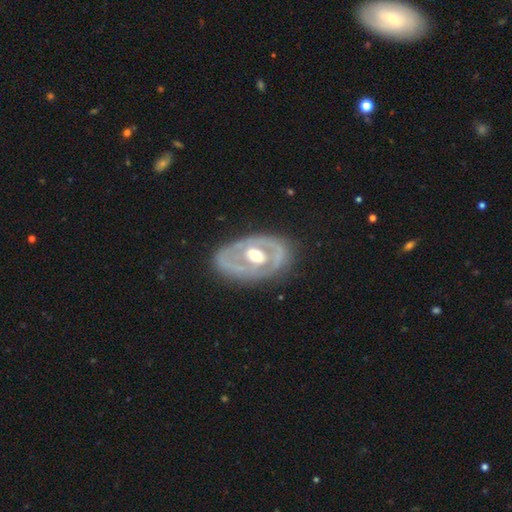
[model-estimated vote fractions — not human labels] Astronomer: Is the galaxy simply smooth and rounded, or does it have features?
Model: featured or disk — 74%.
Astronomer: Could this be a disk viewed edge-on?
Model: no — 94%.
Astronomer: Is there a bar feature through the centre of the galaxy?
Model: no — 59%.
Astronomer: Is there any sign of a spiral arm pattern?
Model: no — 61% (runner-up: yes, 39%).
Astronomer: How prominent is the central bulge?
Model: moderate — 73%.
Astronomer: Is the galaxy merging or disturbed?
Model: none — 71%.